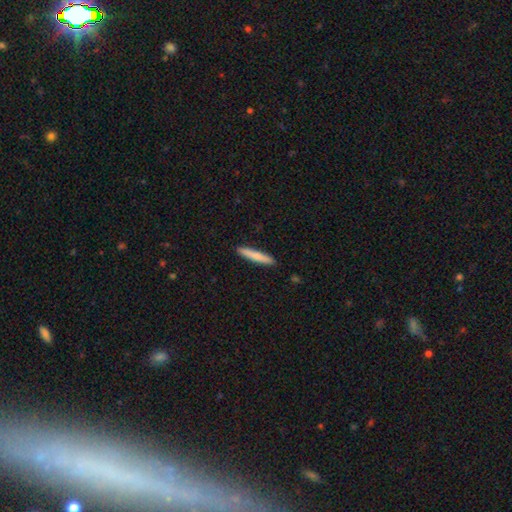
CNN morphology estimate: Overall: smooth (76%). How rounded: cigar-shaped (94%). Merging: none (91%).